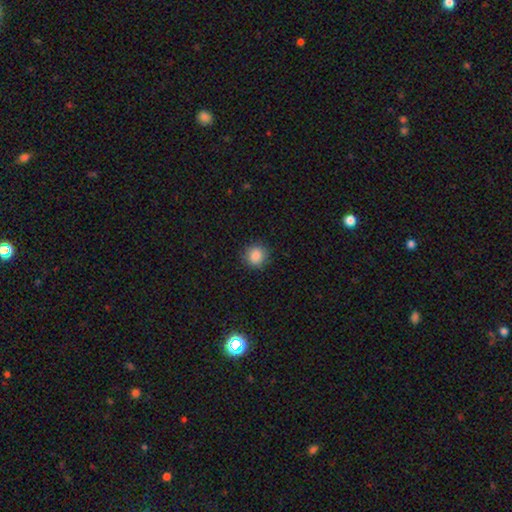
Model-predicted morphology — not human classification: A smooth galaxy with no disk features (87%) that is round (89%). Merging: none (88%).